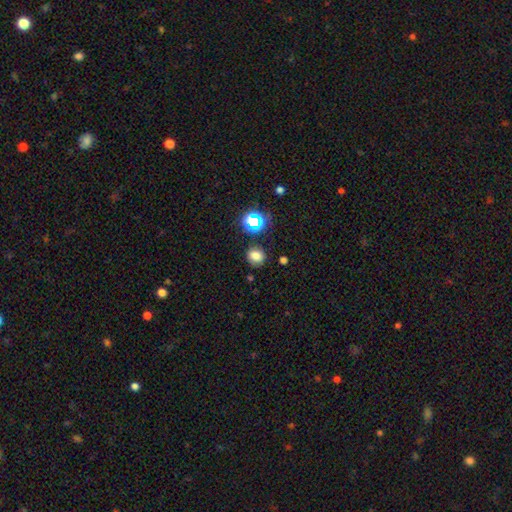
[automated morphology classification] smooth_or_featured: smooth (p=0.74) [alt: star or artifact p=0.19]
how_rounded: round (p=0.72) [alt: in between p=0.27]
merging: none (p=0.82) [alt: minor disturbance p=0.11]